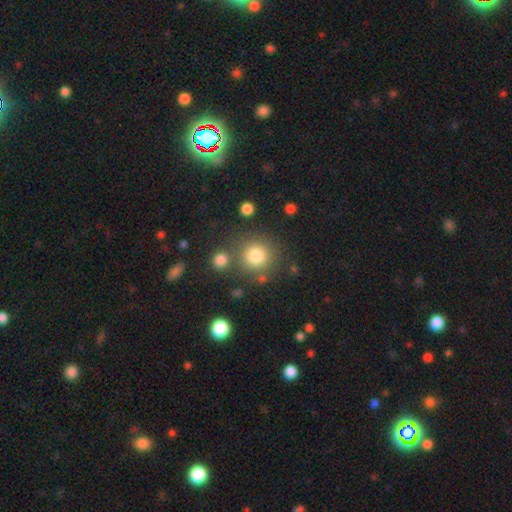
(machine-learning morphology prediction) Smooth or featured? smooth (81%)
How rounded? round (92%)
Merging? none (76%)